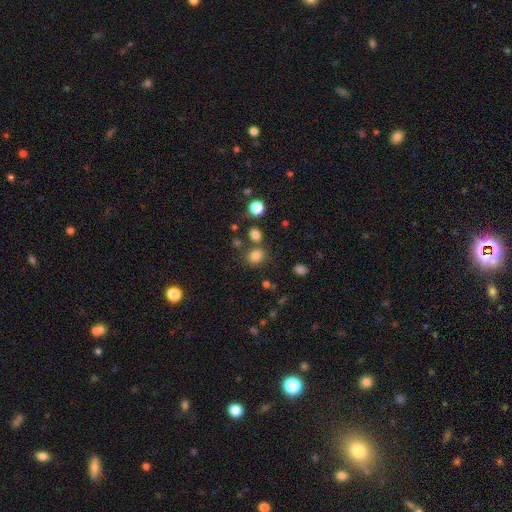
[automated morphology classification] Q: Smooth or featured?
A: smooth (80%); runner-up: star or artifact (15%)
Q: How rounded?
A: round (64%); runner-up: in between (35%)
Q: Merging?
A: none (72%); runner-up: merger (12%)